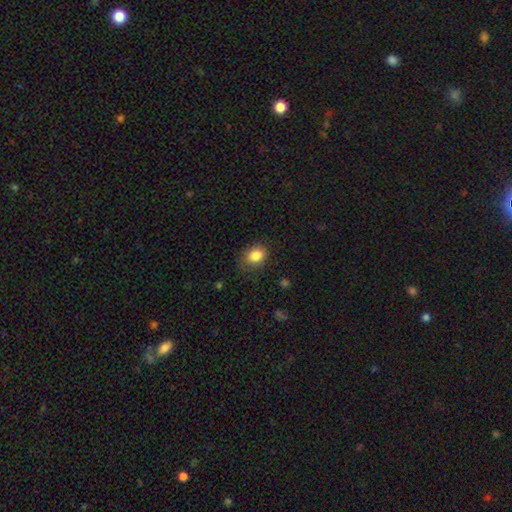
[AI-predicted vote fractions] The model was most divided on "how rounded": in between: 64%, round: 35%, cigar-shaped: 1%. More confident: smooth or featured — smooth (85%); merging — none (73%).